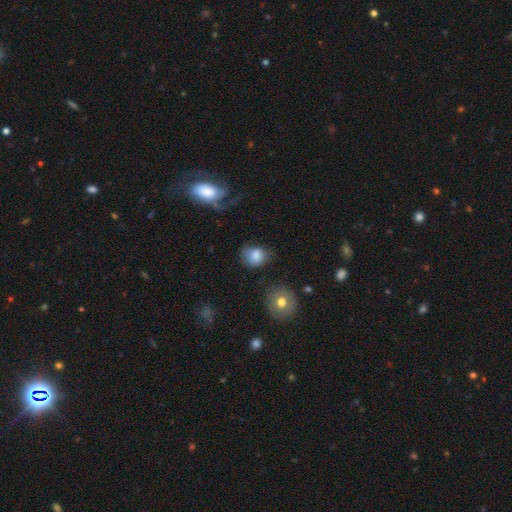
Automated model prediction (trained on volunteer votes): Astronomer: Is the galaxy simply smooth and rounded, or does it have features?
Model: smooth — 79%.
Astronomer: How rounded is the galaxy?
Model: round — 54% (runner-up: in between, 45%).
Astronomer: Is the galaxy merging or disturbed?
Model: none — 54%.